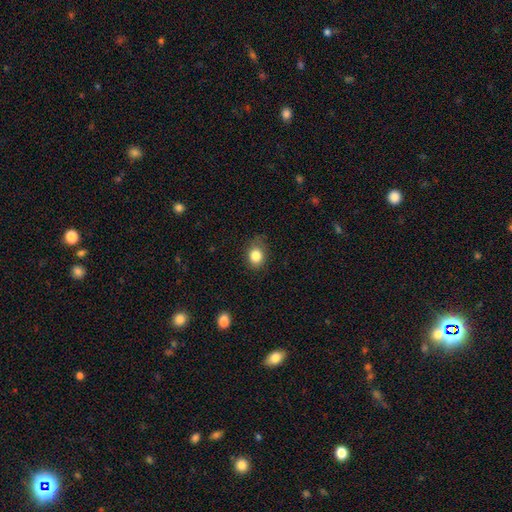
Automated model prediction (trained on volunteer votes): smooth 83%, star or artifact 10%, featured or disk 7%. Down the decision tree: how rounded — round (54%); merging — none (71%).